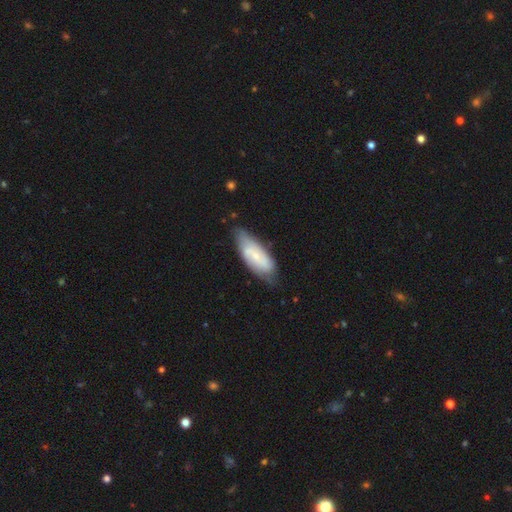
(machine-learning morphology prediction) This appears to be a featured or disk galaxy (51%). Merging: none (65%).